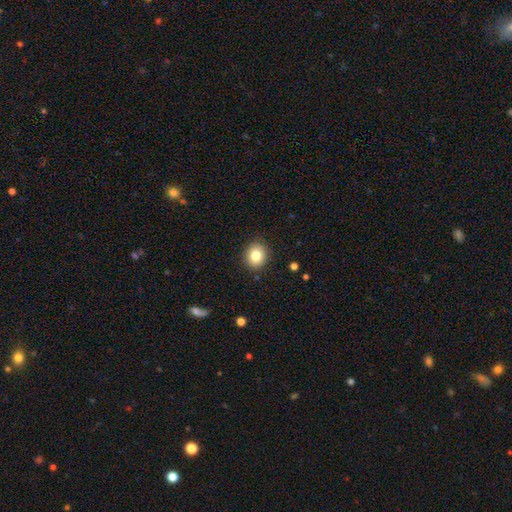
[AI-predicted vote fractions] This appears to be a smooth galaxy with no disk features (82%) that is round (70%). Merging: none (89%).